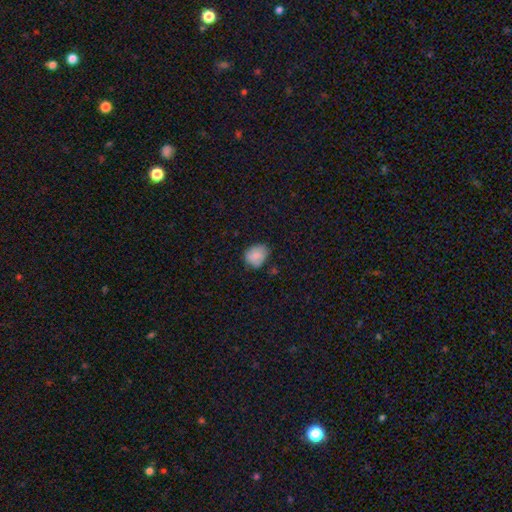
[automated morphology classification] A smooth galaxy with no disk features (82%) that is in between round and cigar-shaped (51%). Merging: none (66%).